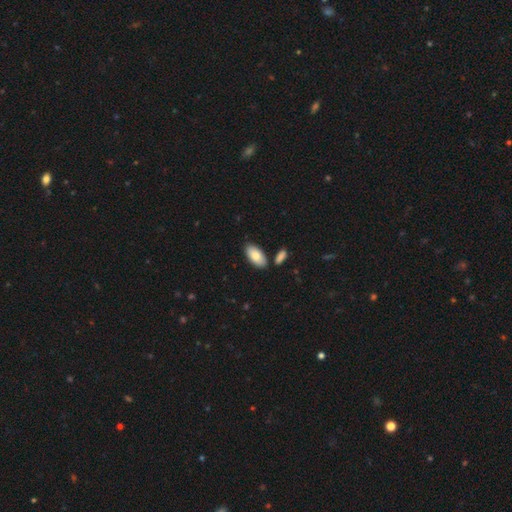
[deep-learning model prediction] A smooth galaxy with no disk features (81%) that is in between round and cigar-shaped (94%). Merging: none (80%).